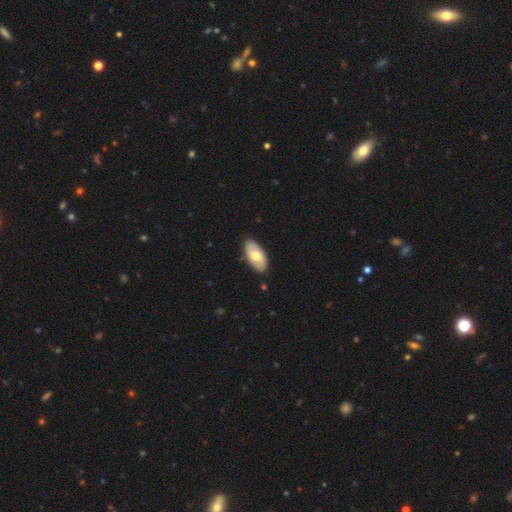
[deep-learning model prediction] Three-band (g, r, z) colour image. It shows a smooth galaxy with no disk features (65%) that is in between round and cigar-shaped (94%). Merging: none (85%).